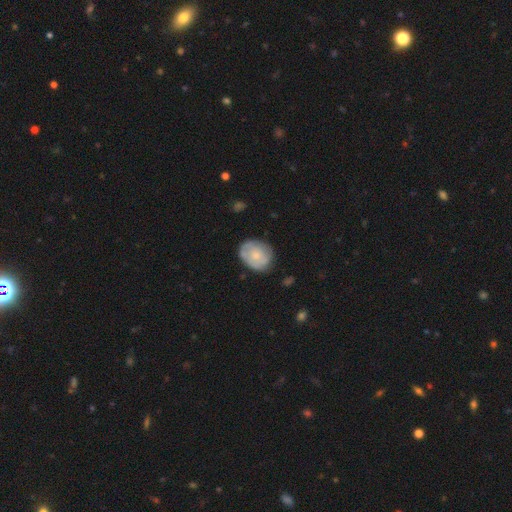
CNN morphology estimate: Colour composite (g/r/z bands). It shows a smooth galaxy with no disk features (49%). Merging: none (69%).